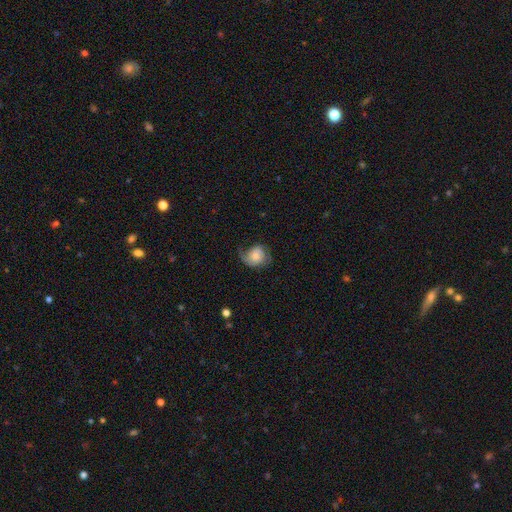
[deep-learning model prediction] Morphology: type=featured or disk (47%); merging=none (51%).